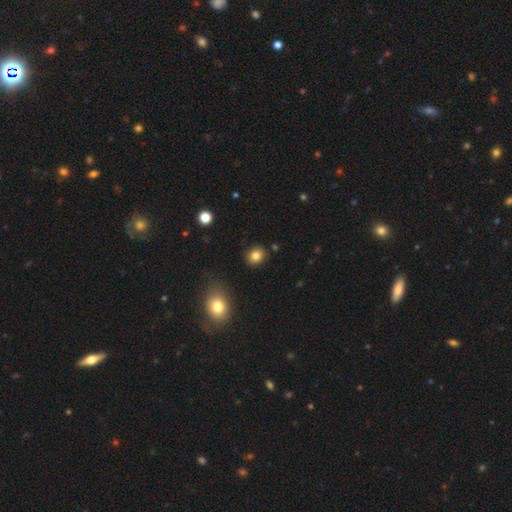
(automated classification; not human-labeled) Smooth or featured?
  - smooth: 82% *
  - star or artifact: 10%
  - featured or disk: 7%
How rounded?
  - round: 71% *
  - in between: 28%
  - cigar-shaped: 1%
Merging?
  - none: 89% *
  - minor disturbance: 7%
  - major disturbance: 2%
  - merger: 2%